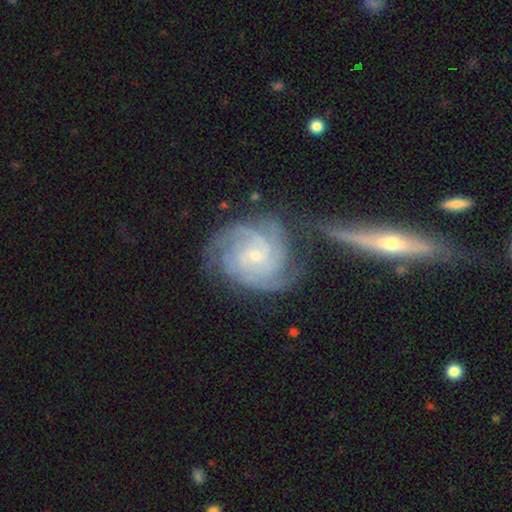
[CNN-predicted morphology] type=featured or disk (89%); edge-on=no (98%); bar=no (63%); spiral arms=yes (98%); winding=tight (71%); arm count=3 (30%); bulge=small (76%); merging=none (63%).